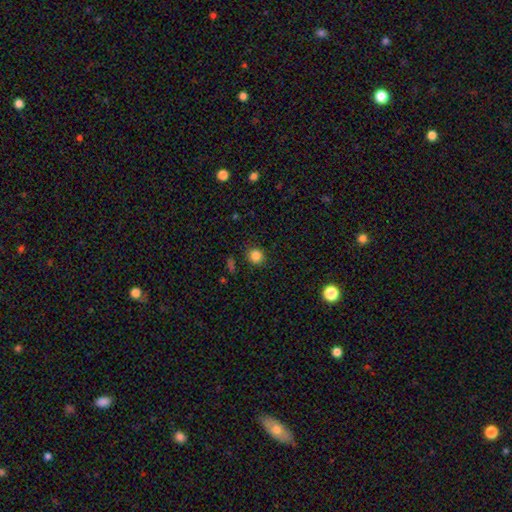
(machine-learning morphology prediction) Smooth or featured? smooth (84%)
How rounded? round (85%)
Merging? none (87%)